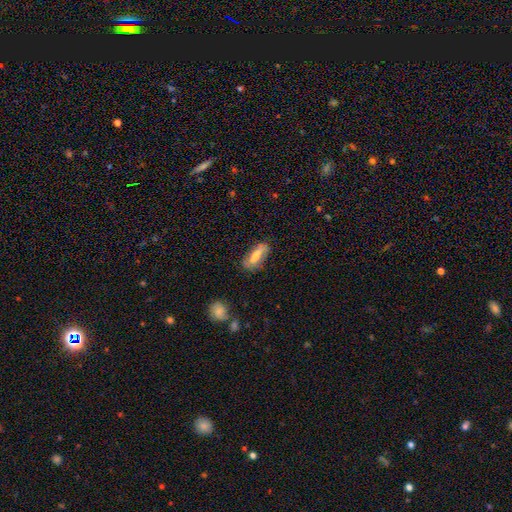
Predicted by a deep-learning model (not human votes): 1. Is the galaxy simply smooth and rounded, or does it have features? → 58% smooth, 34% featured or disk, 7% star or artifact.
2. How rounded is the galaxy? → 68% in between, 29% cigar-shaped, 3% round.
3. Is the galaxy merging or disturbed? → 73% none, 20% minor disturbance, 5% major disturbance, 2% merger.